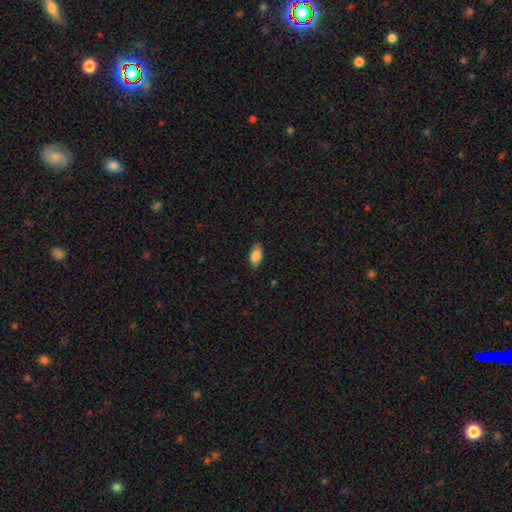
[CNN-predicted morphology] smooth-or-featured: smooth: 86% | featured or disk: 7% | star or artifact: 7%
  how-rounded: in between: 92% | round: 5% | cigar-shaped: 3%
  merging: none: 83% | minor disturbance: 13% | major disturbance: 3% | merger: 1%